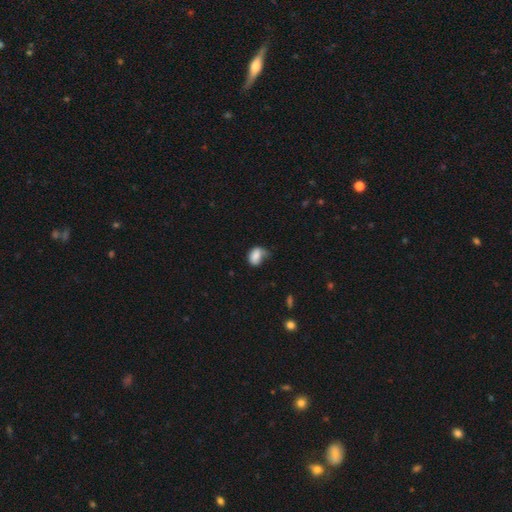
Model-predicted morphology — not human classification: smooth_or_featured: smooth (p=0.81) [alt: featured or disk p=0.11]
how_rounded: in between (p=0.73) [alt: round p=0.26]
merging: minor disturbance (p=0.40) [alt: none p=0.33]